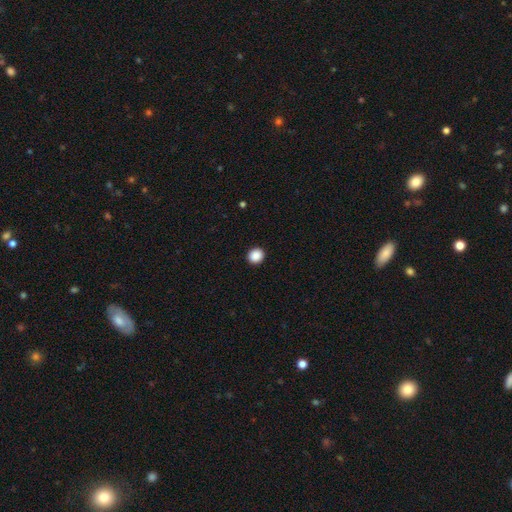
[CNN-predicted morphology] smooth 89%, star or artifact 9%, featured or disk 2%. Down the decision tree: how rounded — round (85%); merging — none (93%).